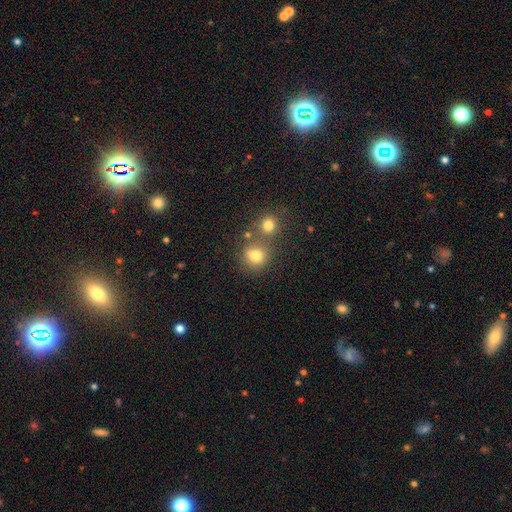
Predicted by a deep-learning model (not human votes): smooth 75%, star or artifact 15%, featured or disk 10%. Down the decision tree: how rounded — round (81%); merging — none (57%).